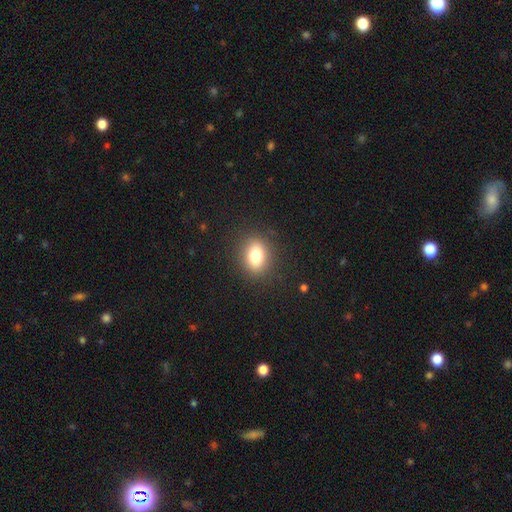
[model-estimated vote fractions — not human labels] The model was most divided on "how rounded": in between: 59%, round: 40%, cigar-shaped: 2%. More confident: merging — none (87%); smooth or featured — smooth (77%).